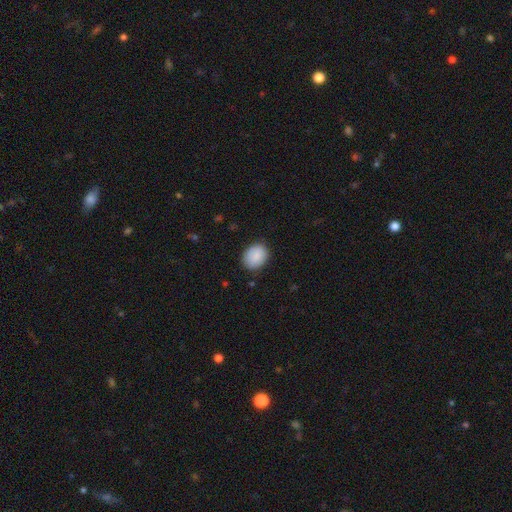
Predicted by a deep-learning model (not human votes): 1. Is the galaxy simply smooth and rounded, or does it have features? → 88% smooth, 7% star or artifact, 5% featured or disk.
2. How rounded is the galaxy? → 53% in between, 46% round, 1% cigar-shaped.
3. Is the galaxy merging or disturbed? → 84% none, 12% minor disturbance, 3% major disturbance, 1% merger.